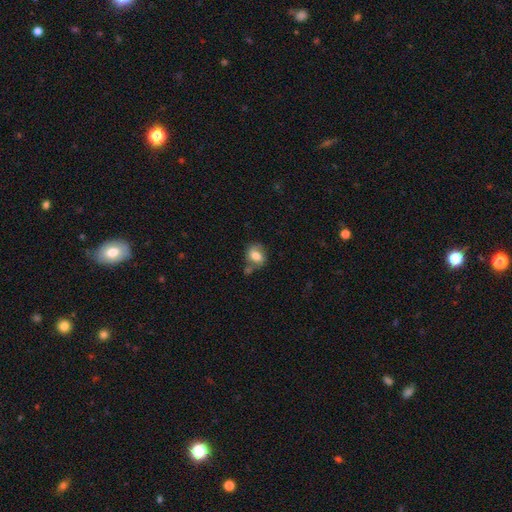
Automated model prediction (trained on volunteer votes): smooth-or-featured: smooth: 72% | featured or disk: 20% | star or artifact: 9%
  how-rounded: in between: 55% | round: 43% | cigar-shaped: 1%
  merging: none: 53% | minor disturbance: 23% | merger: 16% | major disturbance: 8%